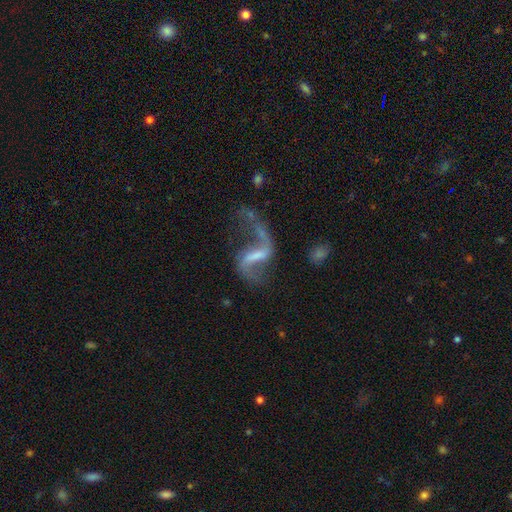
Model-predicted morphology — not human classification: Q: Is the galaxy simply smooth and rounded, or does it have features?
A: featured or disk — 88%.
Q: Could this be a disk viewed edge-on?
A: no — 96%.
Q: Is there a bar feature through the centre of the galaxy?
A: strong — 49%.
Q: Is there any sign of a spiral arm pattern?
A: yes — 93%.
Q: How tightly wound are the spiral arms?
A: loose — 84%.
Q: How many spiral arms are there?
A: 2 — 87%.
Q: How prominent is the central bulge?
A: none — 41%.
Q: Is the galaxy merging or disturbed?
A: none — 54%.